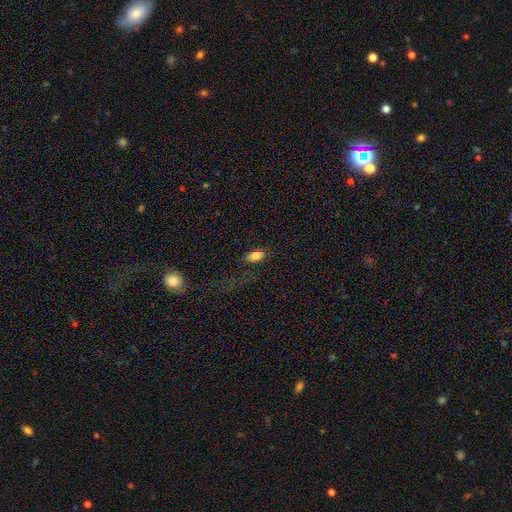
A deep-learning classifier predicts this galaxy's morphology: smooth_or_featured: smooth (p=0.82) [alt: star or artifact p=0.10]
how_rounded: in between (p=0.88) [alt: cigar-shaped p=0.07]
merging: none (p=0.78) [alt: minor disturbance p=0.14]